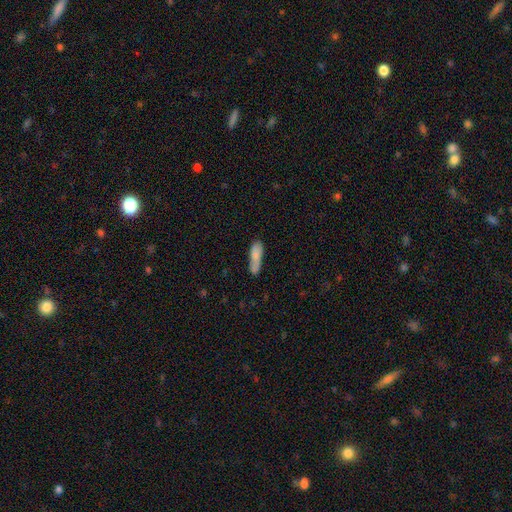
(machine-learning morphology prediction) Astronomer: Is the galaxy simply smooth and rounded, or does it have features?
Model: smooth — 80%.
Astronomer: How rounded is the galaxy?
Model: cigar-shaped — 59% (runner-up: in between, 39%).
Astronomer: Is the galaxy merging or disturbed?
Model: none — 61%.